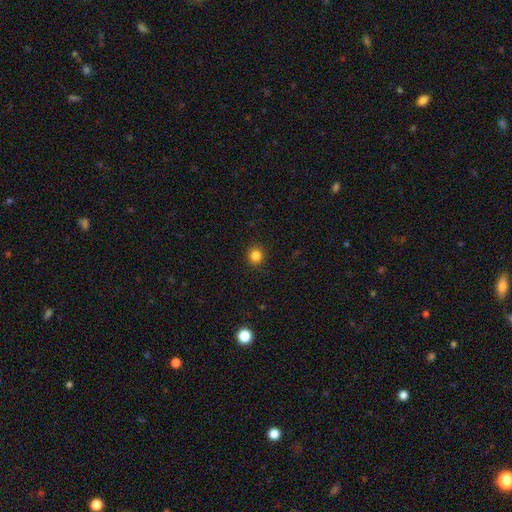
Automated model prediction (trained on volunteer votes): Smooth or featured: smooth — 84% (star or artifact — 12%)
How rounded: round — 87% (in between — 12%)
Merging: none — 90% (minor disturbance — 7%)